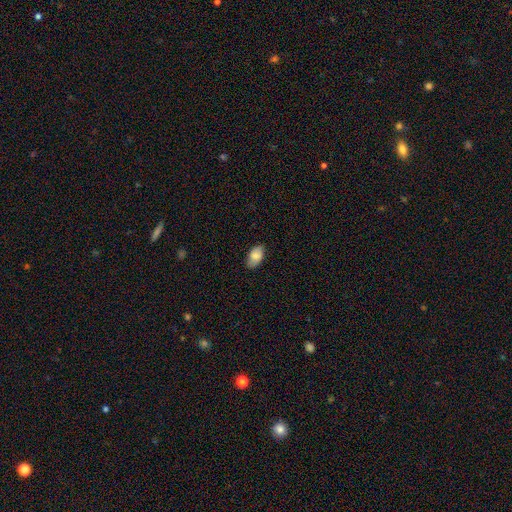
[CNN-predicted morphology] This is clearly a smooth galaxy (82%). How rounded: clearly in between (94%). Merging: clearly none (84%).